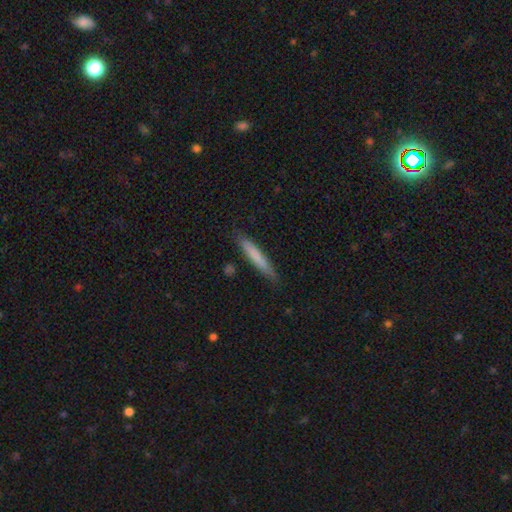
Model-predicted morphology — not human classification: Q: Smooth or featured?
A: smooth (74%); runner-up: featured or disk (20%)
Q: How rounded?
A: cigar-shaped (95%); runner-up: in between (4%)
Q: Merging?
A: none (86%); runner-up: minor disturbance (10%)